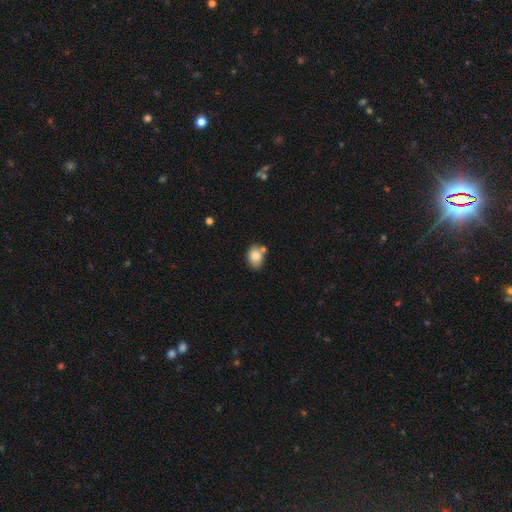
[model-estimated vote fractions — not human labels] Smooth or featured?
  - smooth: 84% *
  - star or artifact: 8%
  - featured or disk: 7%
How rounded?
  - in between: 67% *
  - round: 31%
  - cigar-shaped: 1%
Merging?
  - none: 62% *
  - minor disturbance: 18%
  - merger: 16%
  - major disturbance: 4%